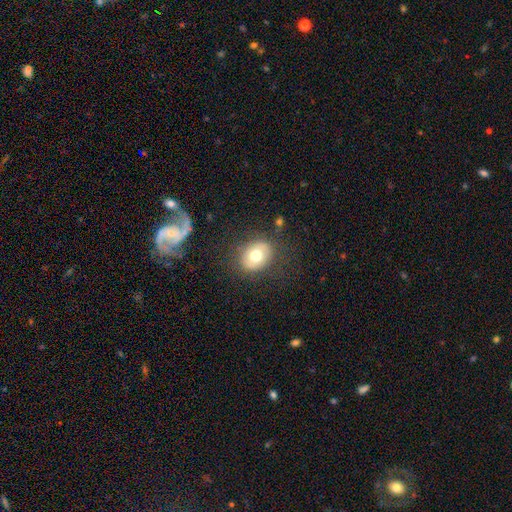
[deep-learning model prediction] Morphology: type=smooth (66%); roundness=in between (52%); merging=none (78%).